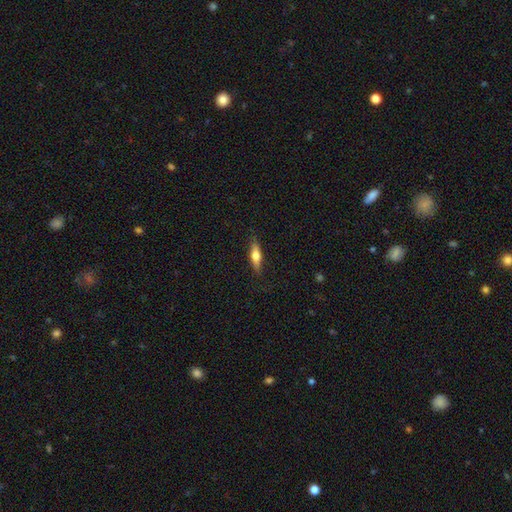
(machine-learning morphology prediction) Smooth or featured? smooth (59%)
How rounded? cigar-shaped (59%)
Merging? none (82%)